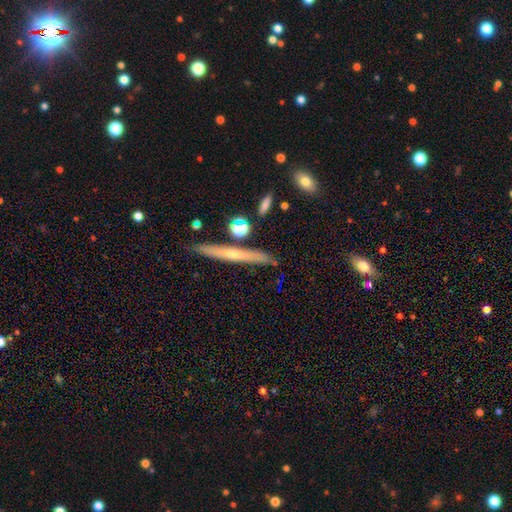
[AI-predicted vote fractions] Smooth or featured? featured or disk (67%)
Edge-on disk? yes (96%)
Edge-on bulge? rounded (65%)
Merging? none (85%)